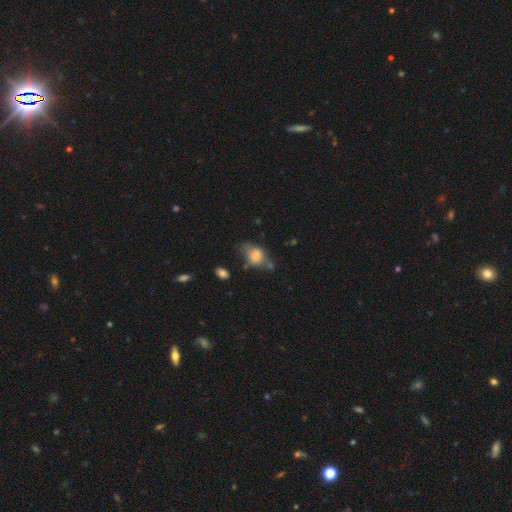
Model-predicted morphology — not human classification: This appears to be a smooth galaxy with no disk features (66%) that is in between round and cigar-shaped (68%). Merging: none (39%).